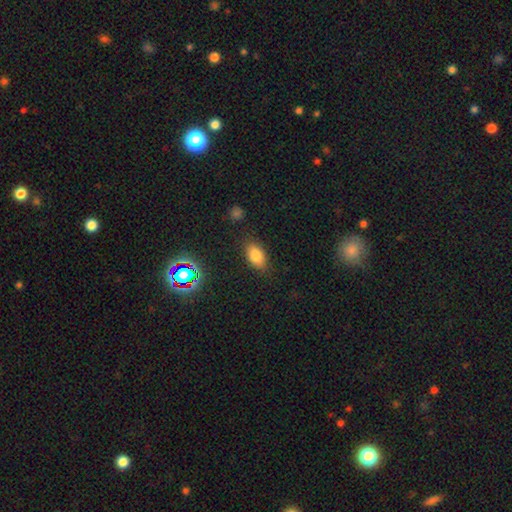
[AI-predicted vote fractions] A smooth galaxy with no disk features (79%) that is in between round and cigar-shaped (89%). Merging: none (84%).